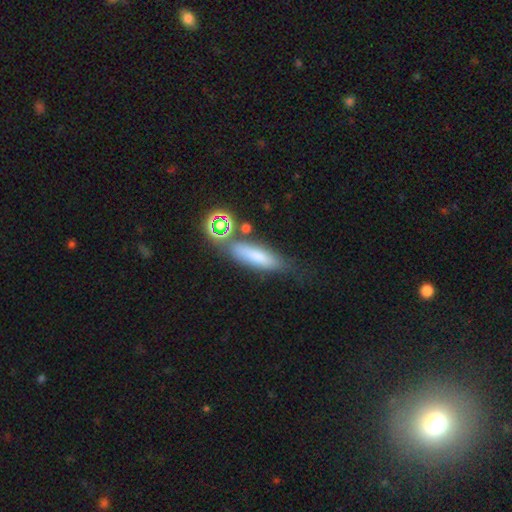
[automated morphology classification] smooth-or-featured: smooth: 72% | featured or disk: 15% | star or artifact: 13%
  how-rounded: cigar-shaped: 54% | in between: 41% | round: 5%
  merging: none: 62% | minor disturbance: 17% | merger: 13% | major disturbance: 8%